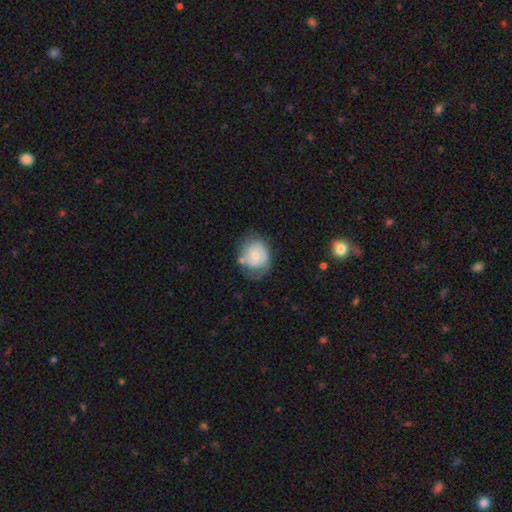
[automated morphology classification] Smooth or featured?
  - smooth: 56% *
  - featured or disk: 36%
  - star or artifact: 7%
How rounded?
  - round: 68% *
  - in between: 31%
  - cigar-shaped: 1%
Merging?
  - none: 47% *
  - minor disturbance: 30%
  - major disturbance: 16%
  - merger: 7%